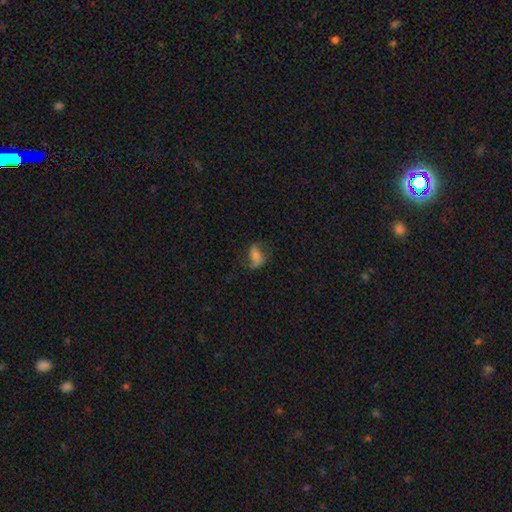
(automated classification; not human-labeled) Smooth or featured? Predicted: smooth (p=0.51). How rounded? Predicted: in between (p=0.81). Merging? Predicted: none (p=0.57).